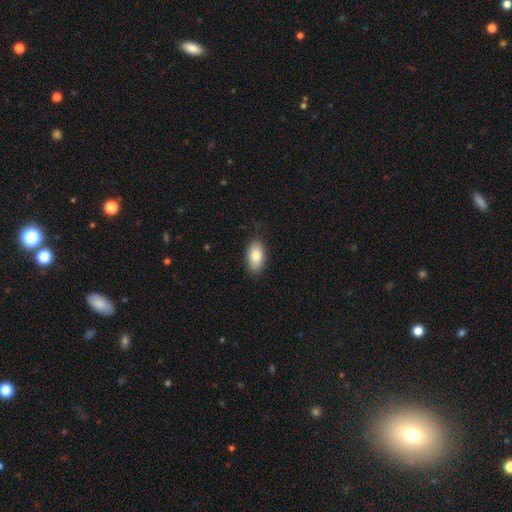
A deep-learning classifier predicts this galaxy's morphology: A smooth galaxy with no disk features (83%) that is in between round and cigar-shaped (93%).

Vote fractions:
- Smooth or featured? smooth: 83% / featured or disk: 10% / star or artifact: 7%
- How rounded? in between: 93% / round: 4% / cigar-shaped: 3%
- Merging? none: 83% / minor disturbance: 13% / major disturbance: 3% / merger: 1%